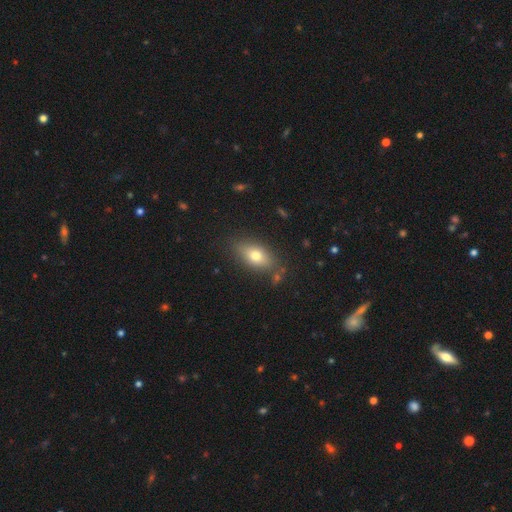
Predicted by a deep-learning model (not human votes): Q: Smooth or featured?
A: smooth (73%); runner-up: featured or disk (19%)
Q: How rounded?
A: in between (83%); runner-up: cigar-shaped (9%)
Q: Merging?
A: none (80%); runner-up: minor disturbance (13%)